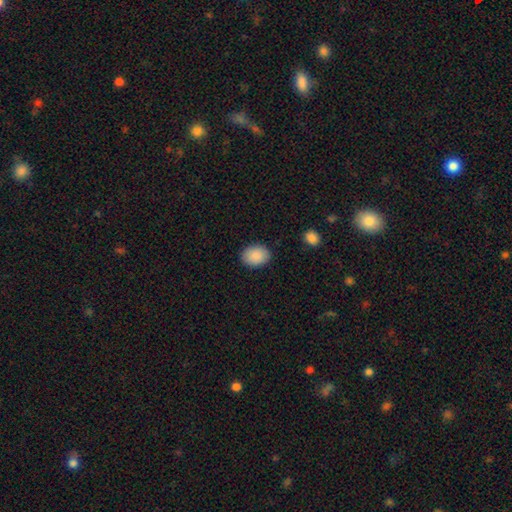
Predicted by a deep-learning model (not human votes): Smooth or featured? smooth (90%)
How rounded? in between (74%)
Merging? none (88%)